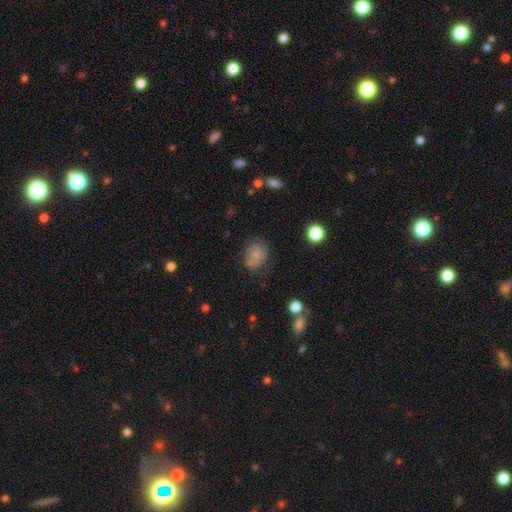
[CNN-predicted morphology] This appears to be a smooth galaxy with no disk features (72%) that is round (59%). Merging: none (55%).